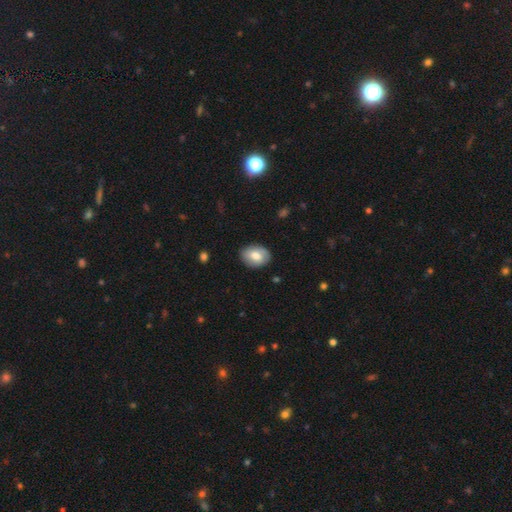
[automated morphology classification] smooth 68%, featured or disk 25%, star or artifact 7%. Down the decision tree: how rounded — in between (72%); merging — none (81%).